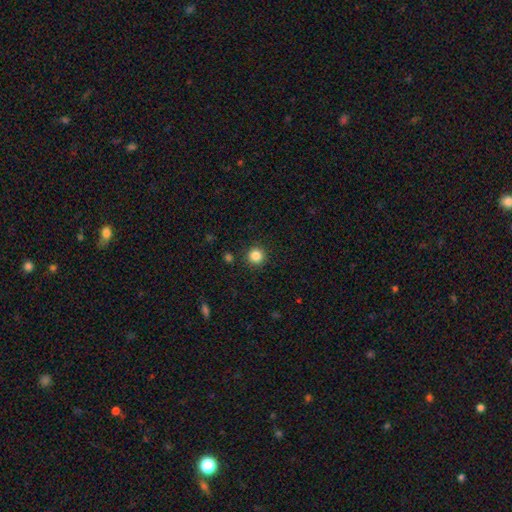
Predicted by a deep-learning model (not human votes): smooth 85%, star or artifact 11%, featured or disk 4%. Down the decision tree: how rounded — round (95%); merging — none (91%).